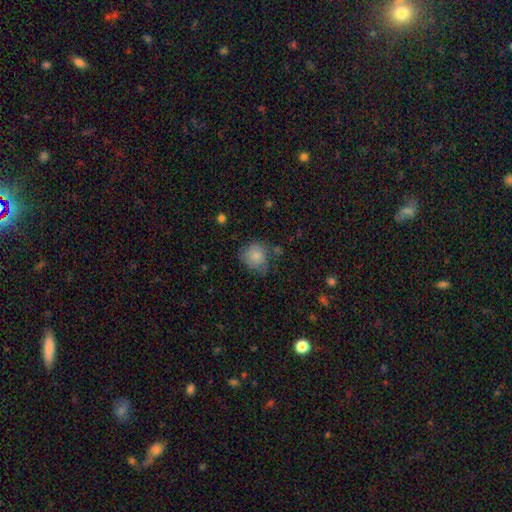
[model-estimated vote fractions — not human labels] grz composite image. It shows a smooth galaxy with no disk features (80%) that is round (80%). Merging: none (58%).